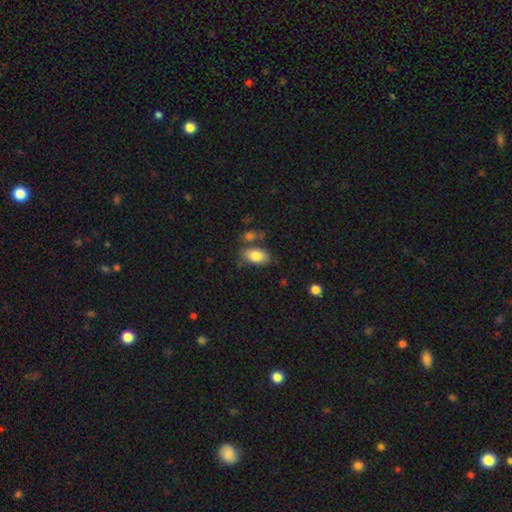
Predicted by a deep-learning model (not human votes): Smooth or featured: smooth — 83% (featured or disk — 10%)
How rounded: in between — 92% (round — 6%)
Merging: none — 61% (minor disturbance — 18%)